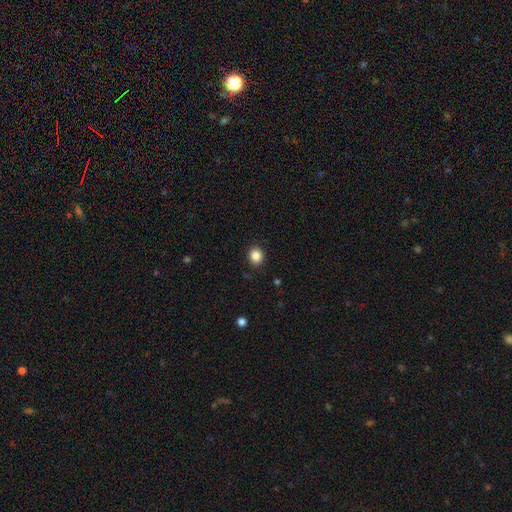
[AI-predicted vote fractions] This is clearly a smooth galaxy (86%). How rounded: likely round (70%). Merging: clearly none (90%).